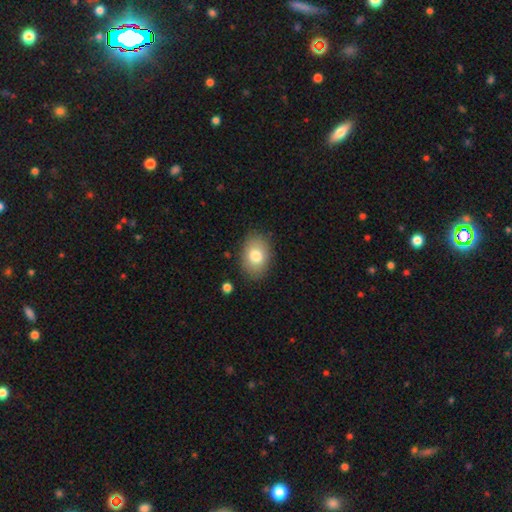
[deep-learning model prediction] A smooth galaxy with no disk features (79%) that is in between round and cigar-shaped (82%). Merging: none (84%).